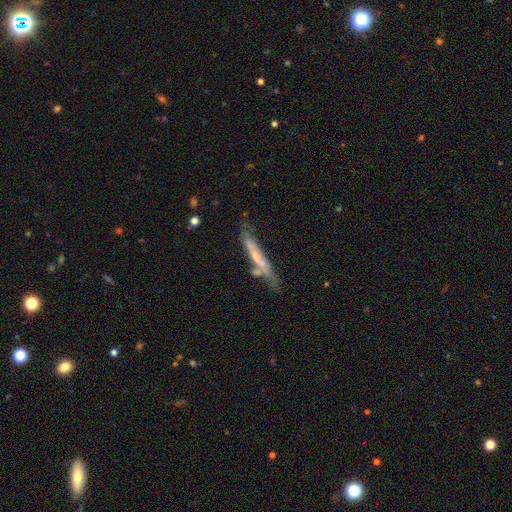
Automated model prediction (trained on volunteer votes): A featured or disk galaxy (57%) viewed edge-on (79%). Merging: none (56%).